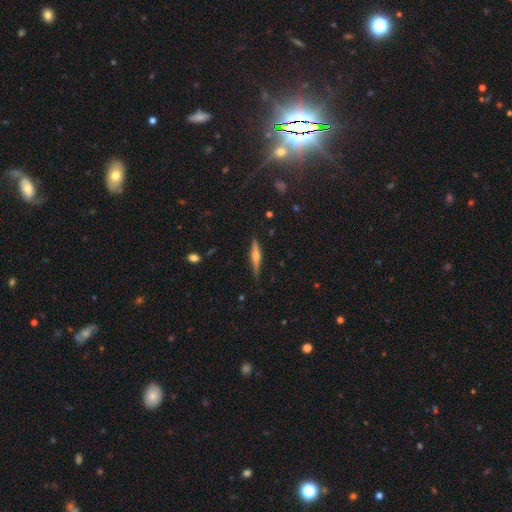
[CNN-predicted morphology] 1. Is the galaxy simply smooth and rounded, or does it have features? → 68% featured or disk, 25% smooth, 7% star or artifact.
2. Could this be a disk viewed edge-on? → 97% yes, 3% no.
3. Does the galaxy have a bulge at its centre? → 90% rounded, 5% boxy, 5% none.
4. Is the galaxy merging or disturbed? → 85% none, 12% minor disturbance, 2% major disturbance, 1% merger.